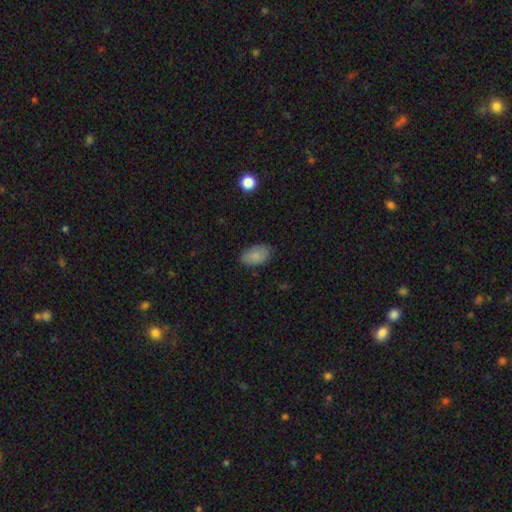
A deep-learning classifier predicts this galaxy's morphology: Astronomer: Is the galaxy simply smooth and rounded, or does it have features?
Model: smooth — 87%.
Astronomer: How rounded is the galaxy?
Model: in between — 92%.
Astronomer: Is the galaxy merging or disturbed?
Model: none — 80%.